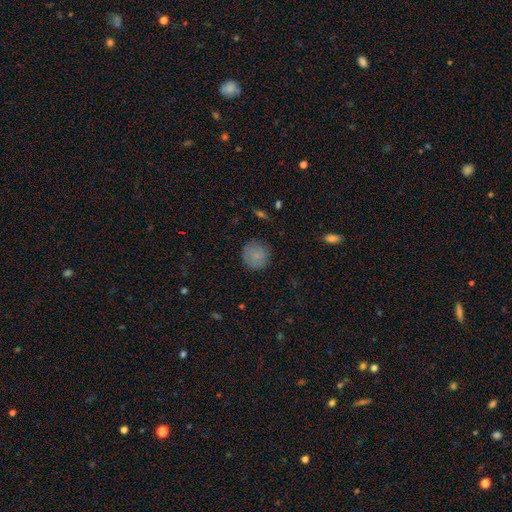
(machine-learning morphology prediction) smooth 81%, featured or disk 10%, star or artifact 9%. Down the decision tree: how rounded — round (92%); merging — none (84%).